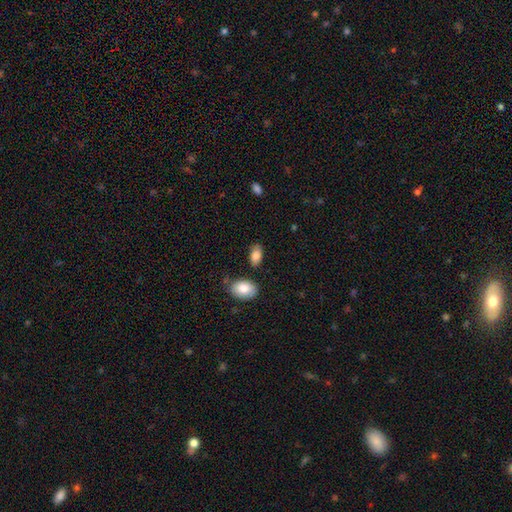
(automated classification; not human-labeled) Smooth or featured: smooth — 84% (featured or disk — 9%)
How rounded: in between — 92% (round — 6%)
Merging: none — 75% (minor disturbance — 16%)